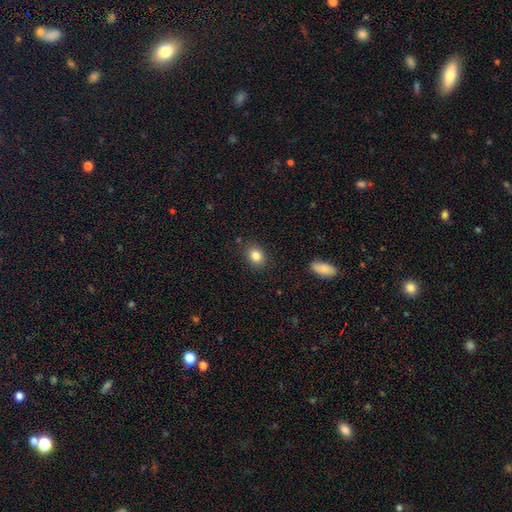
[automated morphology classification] This is clearly a smooth galaxy (83%). How rounded: possibly in between (55%). Merging: clearly none (86%).